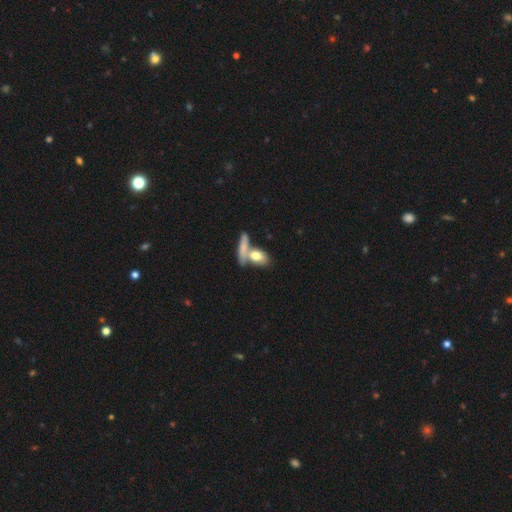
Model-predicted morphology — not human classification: A smooth galaxy with no disk features (72%) that is in between round and cigar-shaped (69%). Merging: merger (45%).